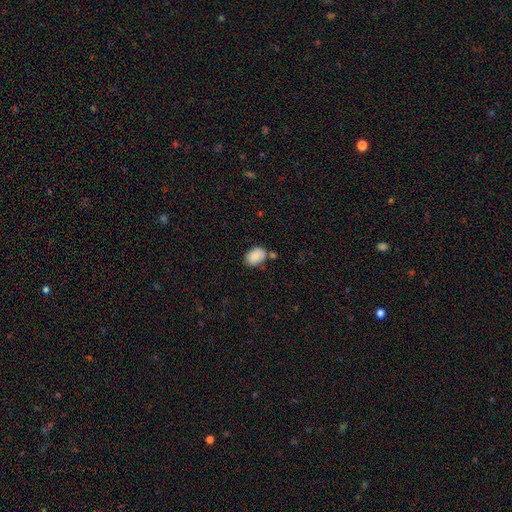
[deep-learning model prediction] Smooth or featured?
  - smooth: 88% *
  - star or artifact: 7%
  - featured or disk: 5%
How rounded?
  - in between: 84% *
  - round: 15%
  - cigar-shaped: 1%
Merging?
  - none: 65% *
  - minor disturbance: 19%
  - merger: 11%
  - major disturbance: 5%